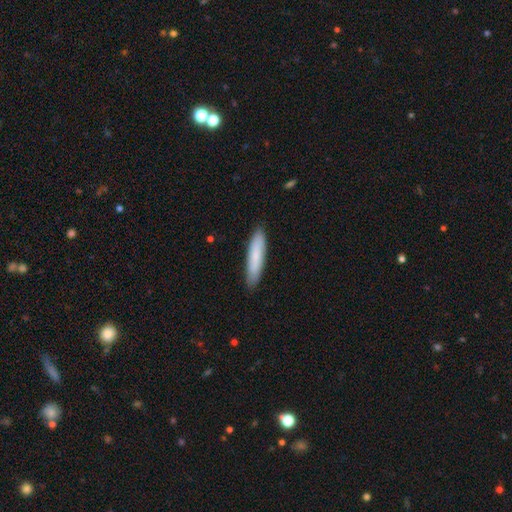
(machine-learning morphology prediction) A smooth galaxy with no disk features (78%) that is cigar-shaped (85%).

Vote fractions:
- Smooth or featured? smooth: 78% / featured or disk: 16% / star or artifact: 5%
- How rounded? cigar-shaped: 85% / in between: 14% / round: 1%
- Merging? none: 88% / minor disturbance: 9% / major disturbance: 2% / merger: 1%